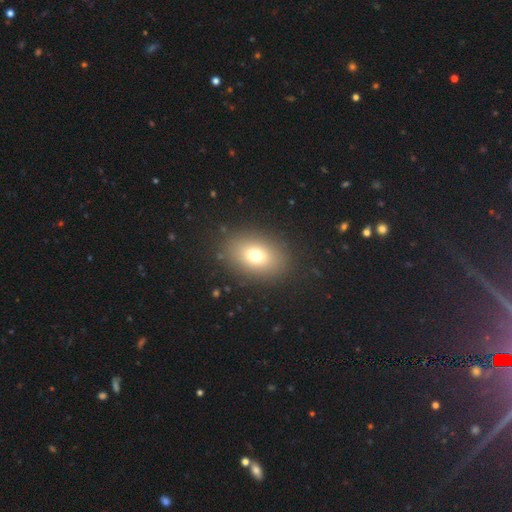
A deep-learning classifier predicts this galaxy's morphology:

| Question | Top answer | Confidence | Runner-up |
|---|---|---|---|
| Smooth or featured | smooth | 74% | star or artifact (13%) |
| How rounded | in between | 72% | round (27%) |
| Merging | none | 87% | minor disturbance (8%) |